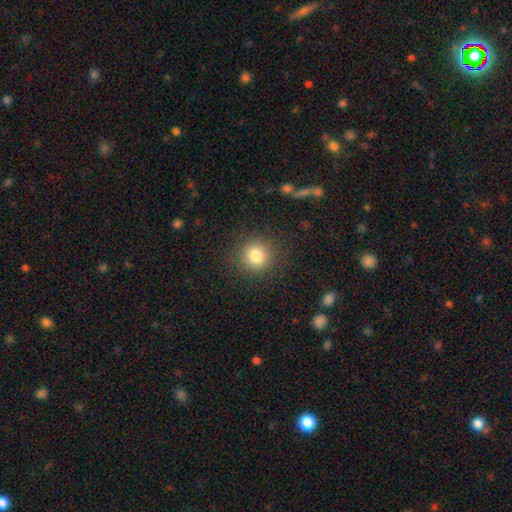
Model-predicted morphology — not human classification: Overall: smooth (81%). How rounded: round (92%). Merging: none (89%).